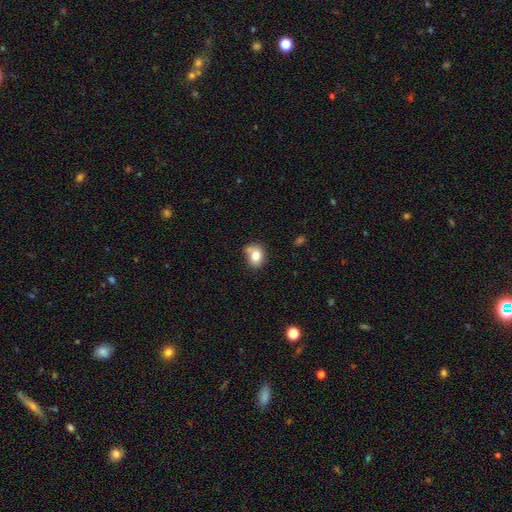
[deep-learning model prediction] A smooth galaxy with no disk features (79%) that is round (54%).

Vote fractions:
- Smooth or featured? smooth: 79% / featured or disk: 11% / star or artifact: 10%
- How rounded? round: 54% / in between: 45% / cigar-shaped: 1%
- Merging? none: 54% / minor disturbance: 27% / merger: 11% / major disturbance: 8%